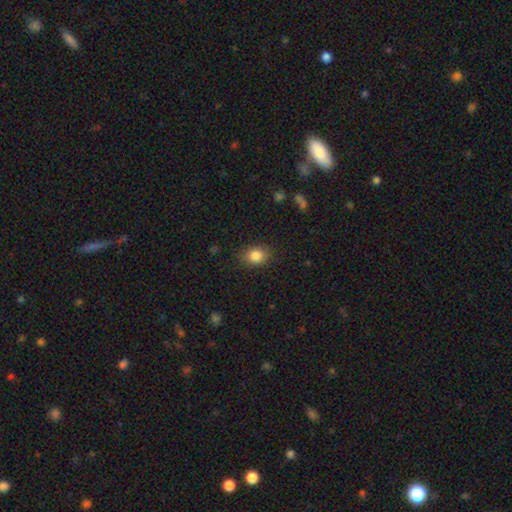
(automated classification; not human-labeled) Overall: smooth (85%). How rounded: round (50%; in between 49%). Merging: none (82%).